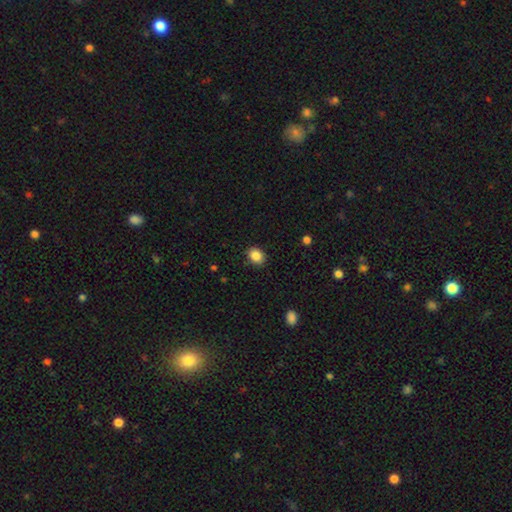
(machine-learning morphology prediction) Smooth or featured?
  - smooth: 87% *
  - star or artifact: 9%
  - featured or disk: 4%
How rounded?
  - in between: 57% *
  - round: 42%
  - cigar-shaped: 1%
Merging?
  - none: 87% *
  - minor disturbance: 9%
  - major disturbance: 2%
  - merger: 1%